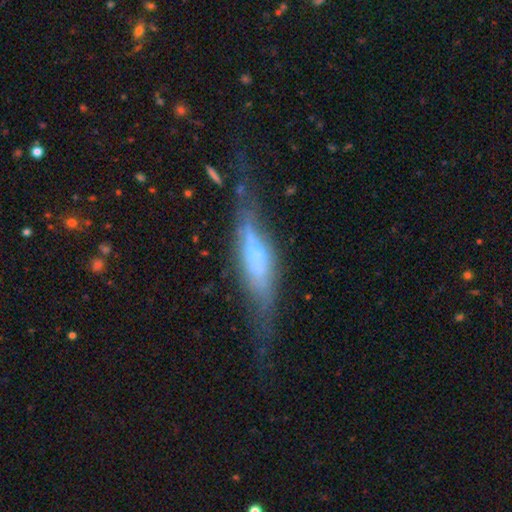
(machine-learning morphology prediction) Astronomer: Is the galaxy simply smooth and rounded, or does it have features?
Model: featured or disk — 70%.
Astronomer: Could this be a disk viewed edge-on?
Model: yes — 76%.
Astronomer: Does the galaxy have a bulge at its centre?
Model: rounded — 54% (runner-up: boxy, 30%).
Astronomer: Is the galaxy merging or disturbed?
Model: none — 47% (runner-up: minor disturbance, 25%).